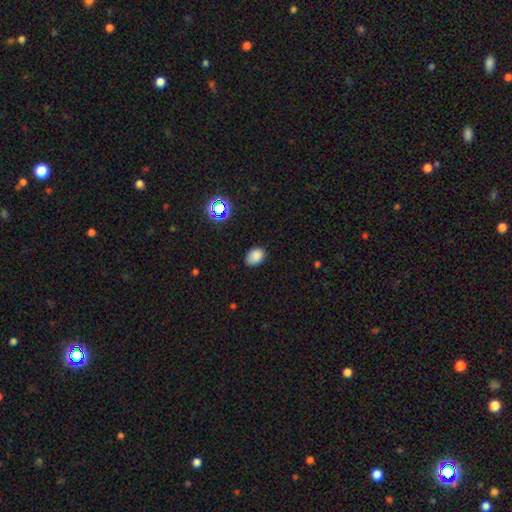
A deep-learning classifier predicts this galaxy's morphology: Smooth or featured?
  - smooth: 82% *
  - star or artifact: 13%
  - featured or disk: 5%
How rounded?
  - in between: 78% *
  - round: 21%
  - cigar-shaped: 1%
Merging?
  - none: 78% *
  - minor disturbance: 18%
  - major disturbance: 3%
  - merger: 1%